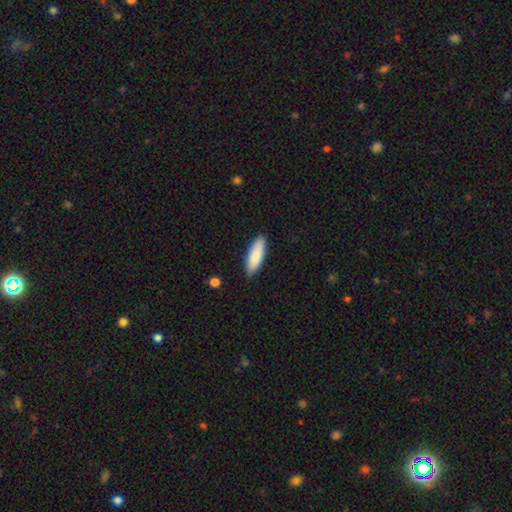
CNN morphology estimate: A smooth galaxy with no disk features (86%) that is in between round and cigar-shaped (57%). Merging: none (83%).